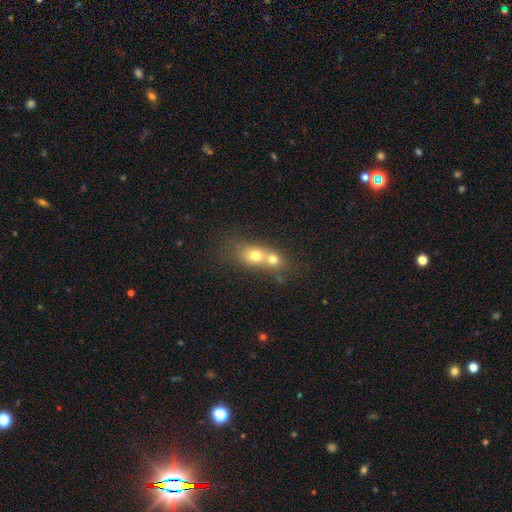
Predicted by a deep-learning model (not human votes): Smooth or featured: smooth — 66% (featured or disk — 22%)
How rounded: round — 50% (in between — 46%)
Merging: merger — 69% (none — 21%)